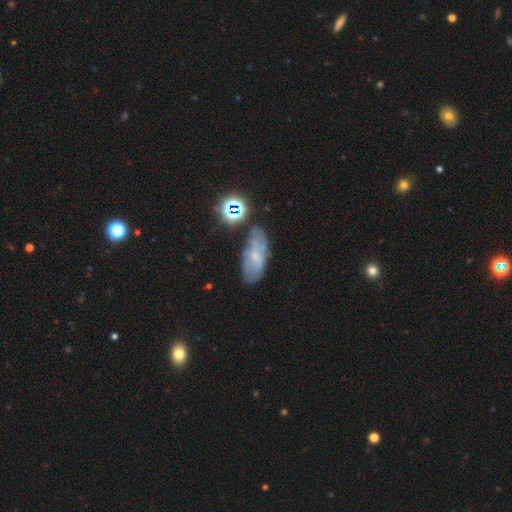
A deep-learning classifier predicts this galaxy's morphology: This is marginally a featured or disk galaxy (43%). Merging: possibly none (60%).